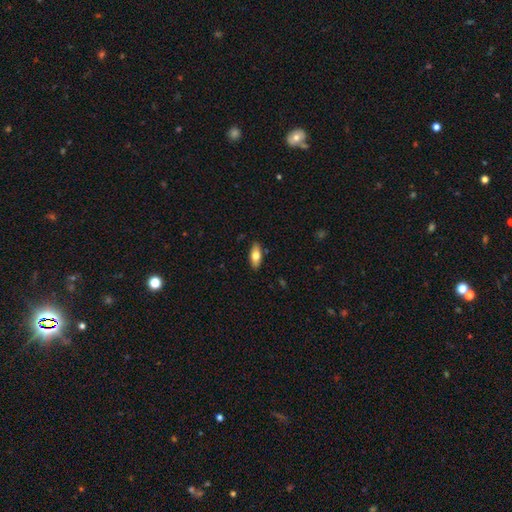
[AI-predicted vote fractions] This appears to be a smooth galaxy with no disk features (71%) that is in between round and cigar-shaped (79%). Merging: none (88%).